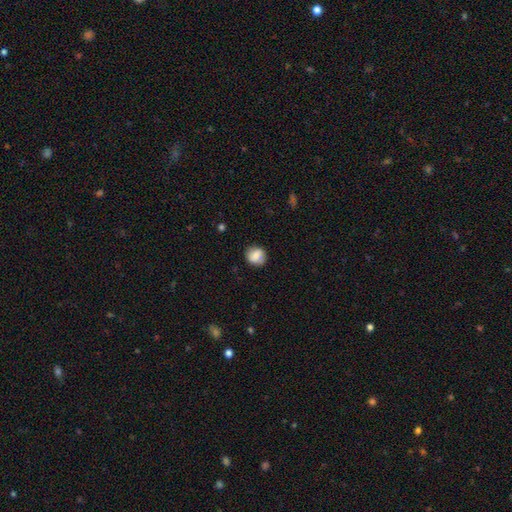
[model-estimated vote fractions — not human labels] Overall: smooth (74%). How rounded: round (82%). Merging: none (78%).